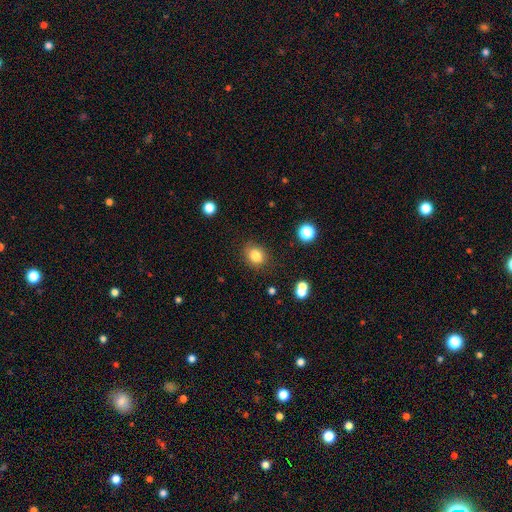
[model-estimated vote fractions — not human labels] smooth 82%, star or artifact 11%, featured or disk 7%. Down the decision tree: how rounded — round (62%); merging — none (84%).